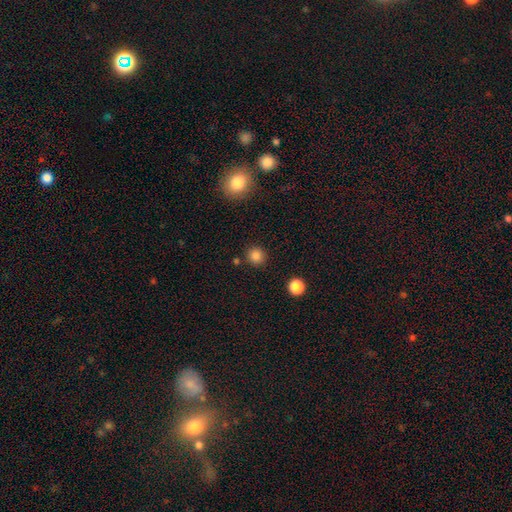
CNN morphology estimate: Overall: smooth (84%). How rounded: round (92%). Merging: none (88%).